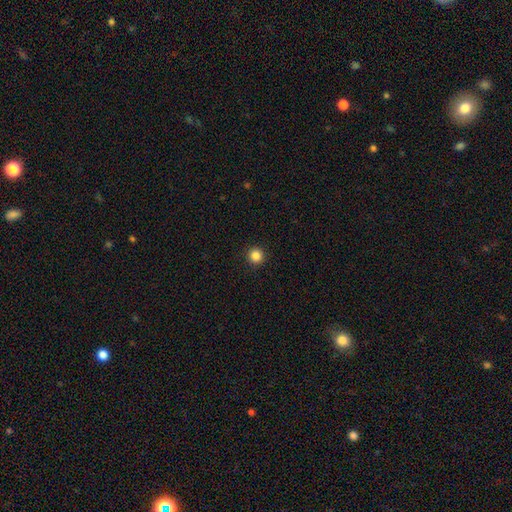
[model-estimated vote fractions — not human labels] Smooth or featured? smooth (85%)
How rounded? round (96%)
Merging? none (93%)